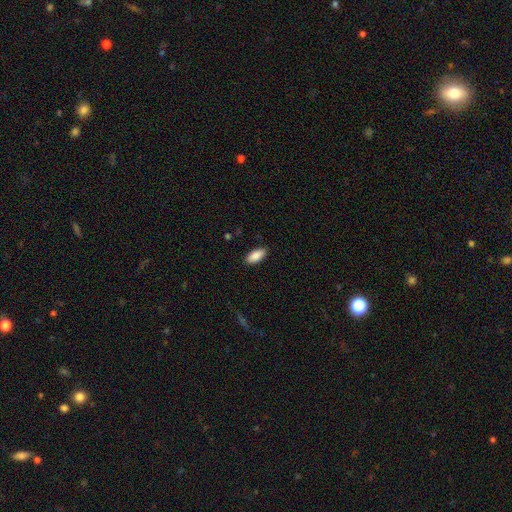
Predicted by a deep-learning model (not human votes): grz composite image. It shows a smooth galaxy with no disk features (88%) that is in between round and cigar-shaped (89%). Merging: none (89%).